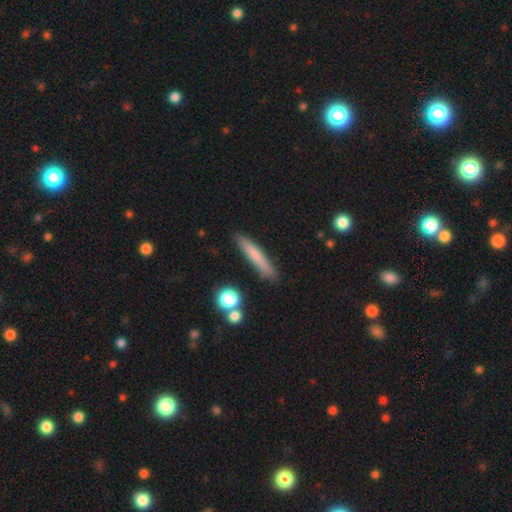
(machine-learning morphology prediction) The model was most divided on "smooth or featured": smooth: 71%, featured or disk: 22%, star or artifact: 7%. More confident: how rounded — cigar-shaped (93%); merging — none (87%).